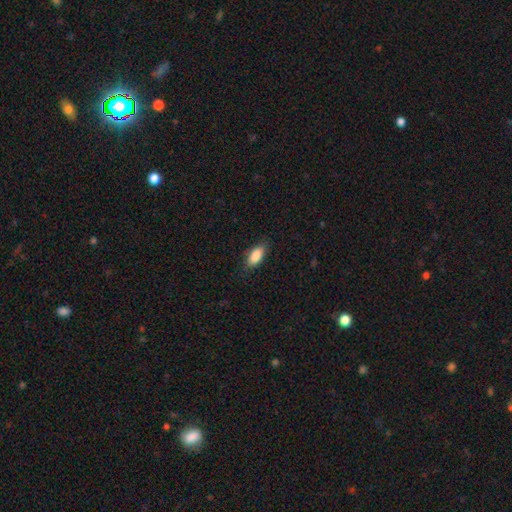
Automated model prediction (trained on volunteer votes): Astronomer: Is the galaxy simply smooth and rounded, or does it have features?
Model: smooth — 87%.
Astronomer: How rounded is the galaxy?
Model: in between — 87%.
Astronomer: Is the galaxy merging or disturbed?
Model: none — 81%.